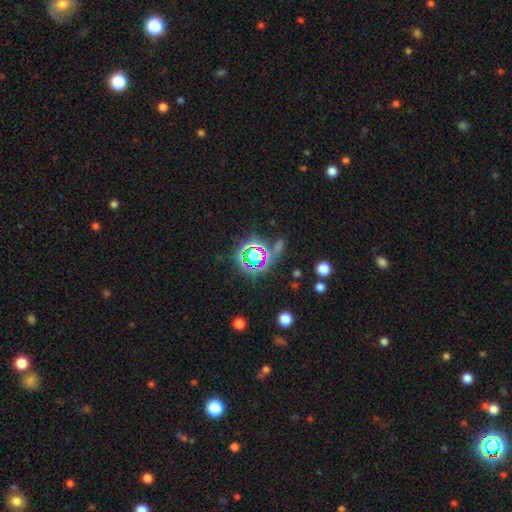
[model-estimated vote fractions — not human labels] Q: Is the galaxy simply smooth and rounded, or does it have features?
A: star or artifact — 69%.